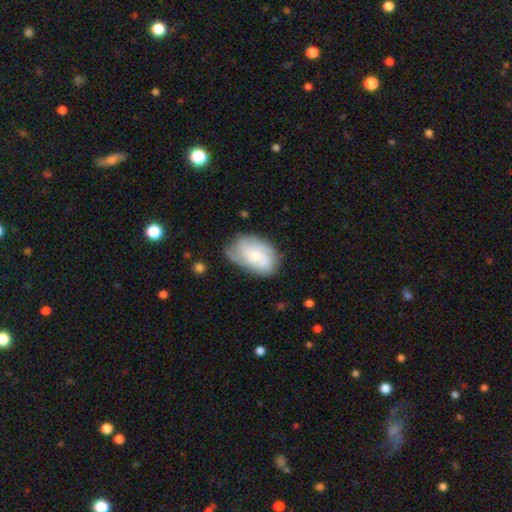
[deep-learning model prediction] The model was most divided on "bulge size": moderate: 47%, small: 46%, large: 4%, none: 2%, dominant: 1%. More confident: edge-on disk — no (96%); spiral arms — yes (86%); bar — no (73%); merging — none (67%); smooth or featured — featured or disk (60%).